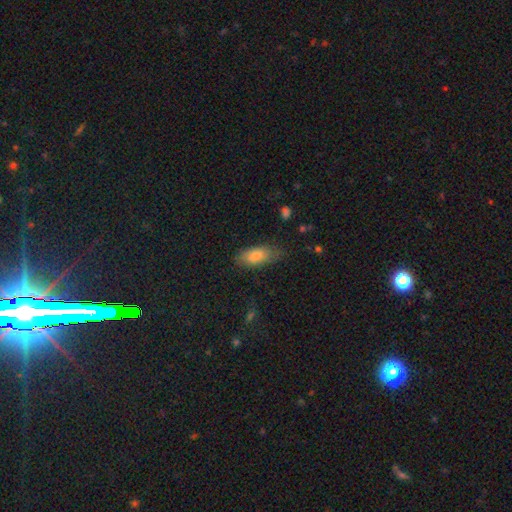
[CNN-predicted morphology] Smooth or featured: smooth — 82% (featured or disk — 11%)
How rounded: in between — 82% (cigar-shaped — 16%)
Merging: none — 71% (minor disturbance — 22%)